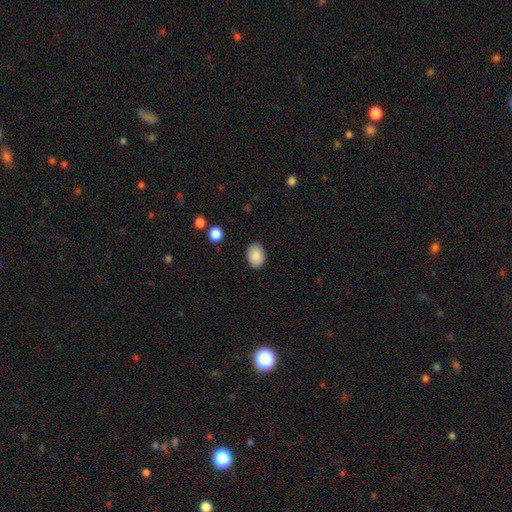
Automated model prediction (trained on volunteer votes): Smooth or featured? Predicted: smooth (p=0.89). How rounded? Predicted: in between (p=0.76). Merging? Predicted: none (p=0.88).